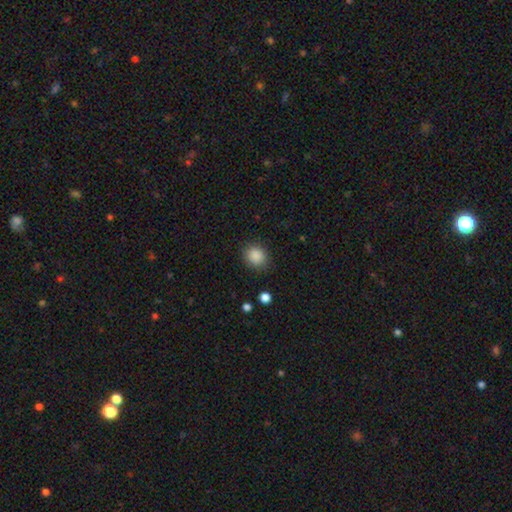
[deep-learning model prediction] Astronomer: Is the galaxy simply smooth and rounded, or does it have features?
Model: smooth — 88%.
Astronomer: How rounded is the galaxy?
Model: round — 71%.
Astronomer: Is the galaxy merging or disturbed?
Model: none — 86%.